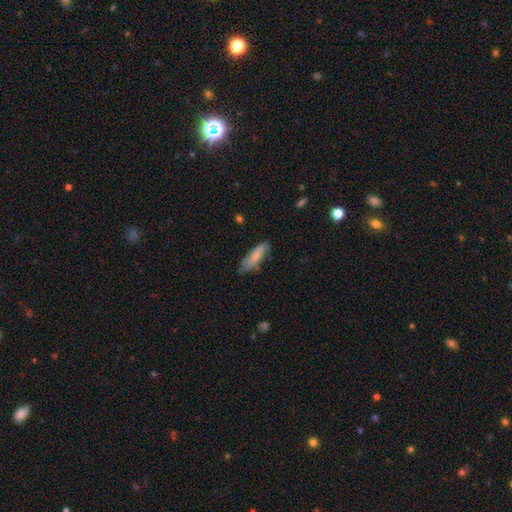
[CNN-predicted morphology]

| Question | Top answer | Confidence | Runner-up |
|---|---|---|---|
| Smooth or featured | smooth | 71% | featured or disk (23%) |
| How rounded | in between | 51% | cigar-shaped (48%) |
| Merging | none | 65% | minor disturbance (26%) |